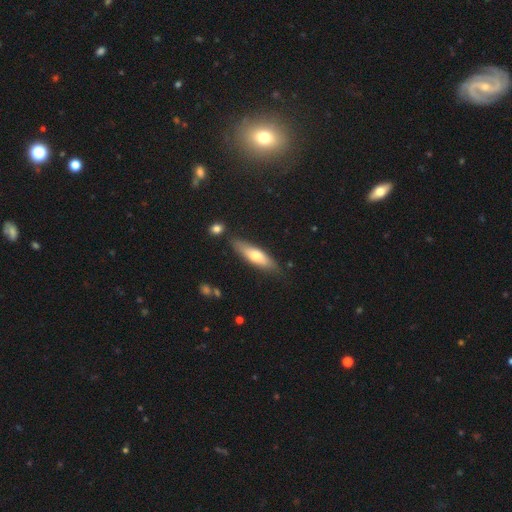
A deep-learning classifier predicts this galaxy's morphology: type=smooth (61%); roundness=cigar-shaped (63%); merging=none (79%).